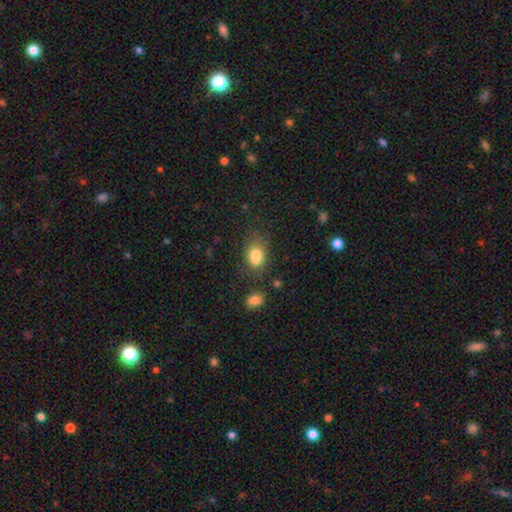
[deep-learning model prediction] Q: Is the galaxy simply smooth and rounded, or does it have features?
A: smooth — 76%.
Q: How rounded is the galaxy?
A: in between — 67%.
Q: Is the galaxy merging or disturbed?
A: none — 40%.